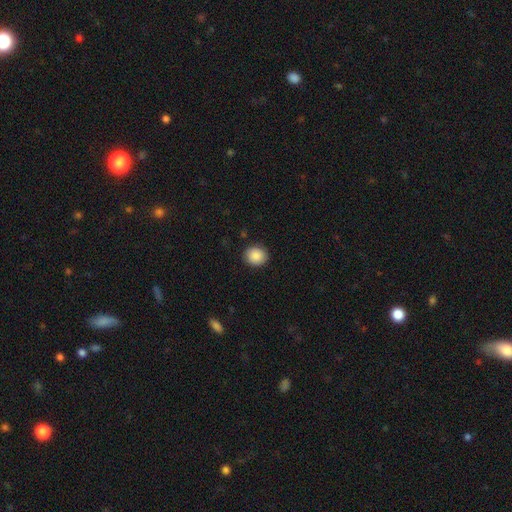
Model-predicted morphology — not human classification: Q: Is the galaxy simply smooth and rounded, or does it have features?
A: smooth — 88%.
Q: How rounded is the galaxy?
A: round — 78%.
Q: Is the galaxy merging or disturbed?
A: none — 90%.